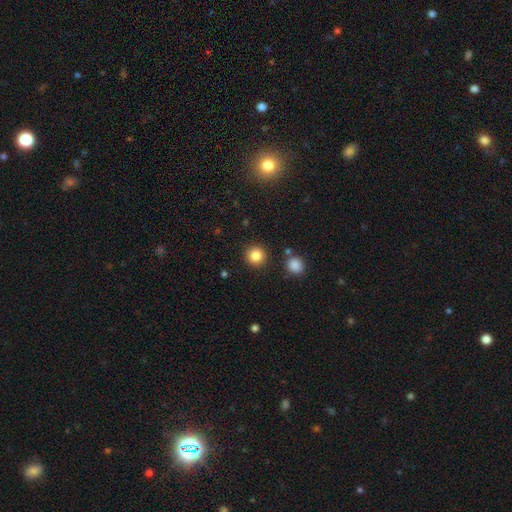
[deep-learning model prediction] Smooth or featured? Predicted: smooth (p=0.85). How rounded? Predicted: round (p=0.94). Merging? Predicted: none (p=0.88).